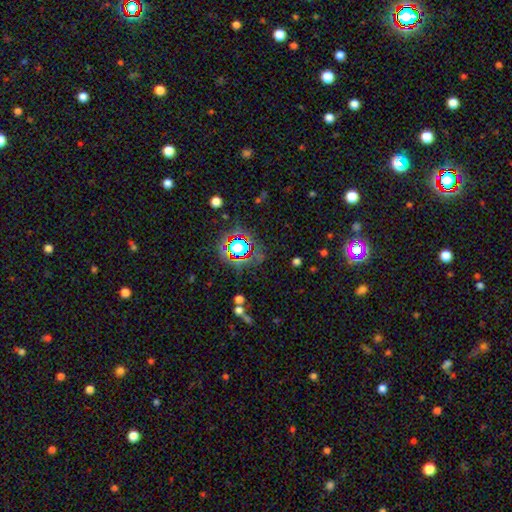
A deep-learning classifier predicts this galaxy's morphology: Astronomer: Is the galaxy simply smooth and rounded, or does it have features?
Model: star or artifact — 75%.